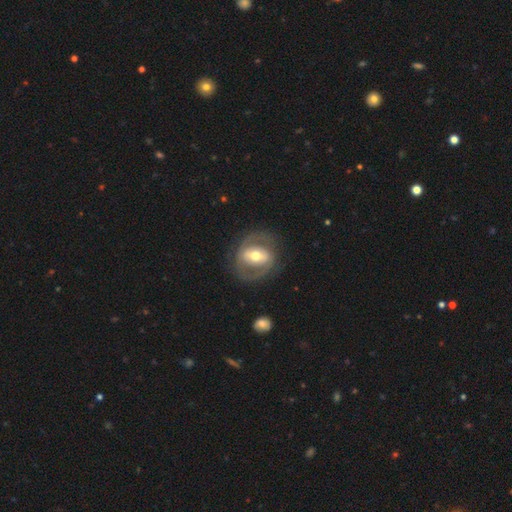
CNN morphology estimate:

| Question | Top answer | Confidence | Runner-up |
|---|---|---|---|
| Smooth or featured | featured or disk | 71% | smooth (23%) |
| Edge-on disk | no | 95% | yes (5%) |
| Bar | strong | 45% | weak (33%) |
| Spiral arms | yes | 62% | no (38%) |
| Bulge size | moderate | 71% | large (13%) |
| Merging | none | 75% | minor disturbance (14%) |